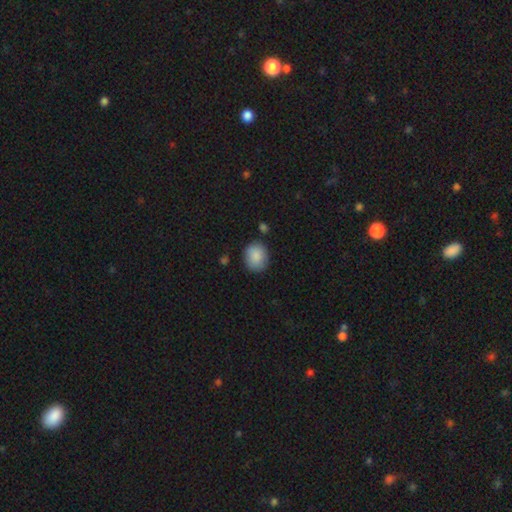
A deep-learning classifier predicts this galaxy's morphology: Smooth or featured? Predicted: smooth (p=0.88). How rounded? Predicted: round (p=0.59). Merging? Predicted: none (p=0.78).